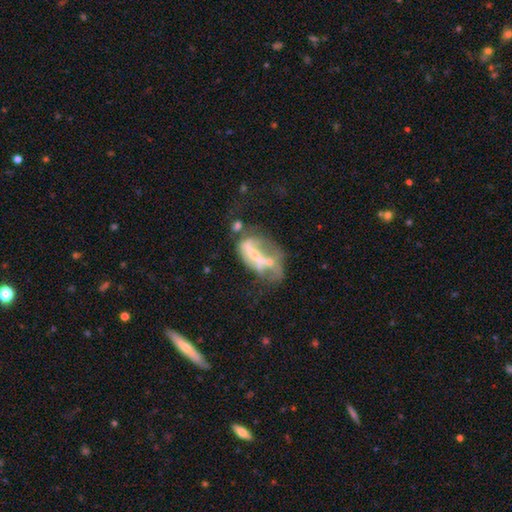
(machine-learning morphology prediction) type=featured or disk (64%); edge-on=no (91%); bar=no (45%); spiral arms=no (68%); bulge=small (41%); merging=major disturbance (34%).